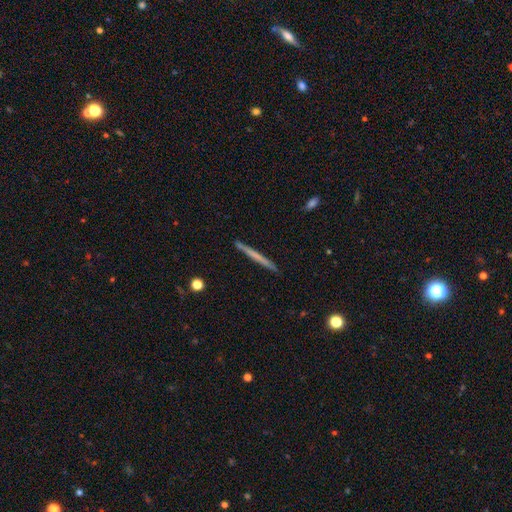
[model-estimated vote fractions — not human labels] smooth-or-featured: smooth: 52% | featured or disk: 42% | star or artifact: 6%
  how-rounded: cigar-shaped: 97% | in between: 2% | round: 1%
  merging: none: 91% | minor disturbance: 6% | merger: 1% | major disturbance: 1%